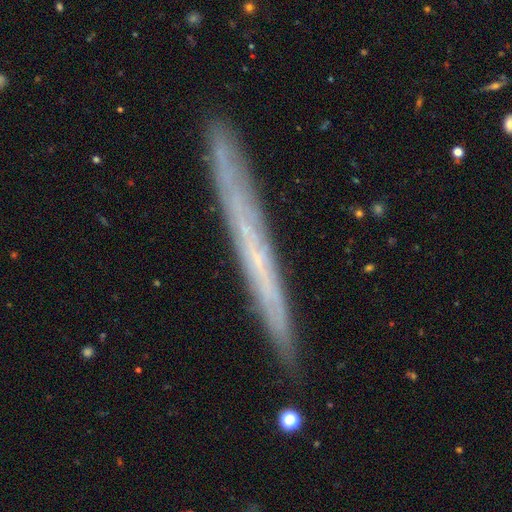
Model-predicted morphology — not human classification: This is possibly a featured or disk galaxy (59%). It is clearly viewed edge-on (93%). Edge-on bulge: clearly none (90%). Merging: clearly none (89%).